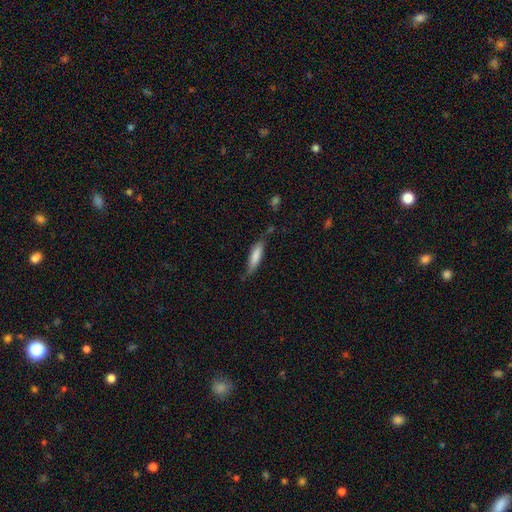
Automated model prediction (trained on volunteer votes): Q: Smooth or featured?
A: smooth (75%); runner-up: featured or disk (19%)
Q: How rounded?
A: cigar-shaped (61%); runner-up: in between (38%)
Q: Merging?
A: none (55%); runner-up: minor disturbance (32%)